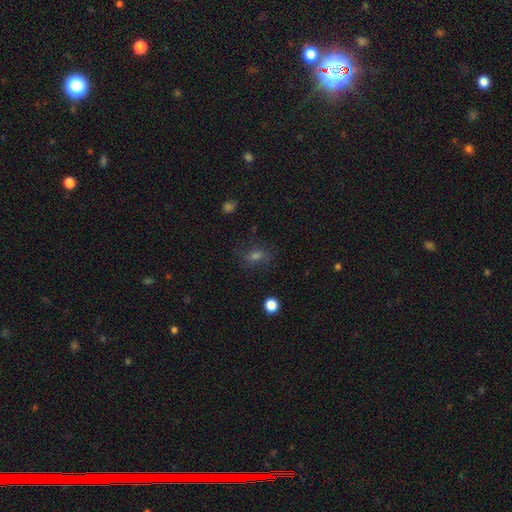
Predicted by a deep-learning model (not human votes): This appears to be a smooth galaxy with no disk features (53%) that is in between round and cigar-shaped (64%). Merging: none (73%).